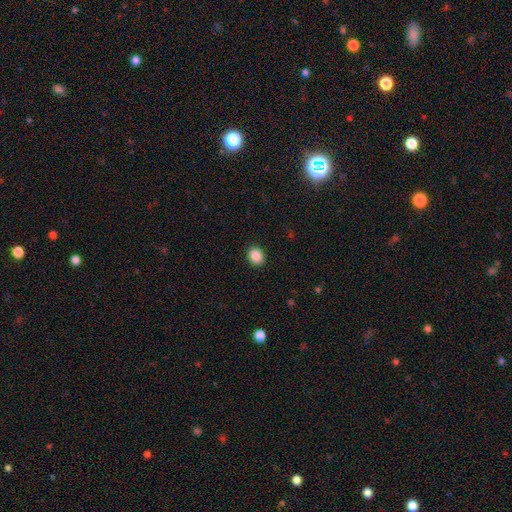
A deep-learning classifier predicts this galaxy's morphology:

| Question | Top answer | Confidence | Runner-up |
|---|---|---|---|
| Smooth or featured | smooth | 88% | star or artifact (9%) |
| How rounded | round | 54% | in between (46%) |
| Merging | none | 91% | minor disturbance (6%) |